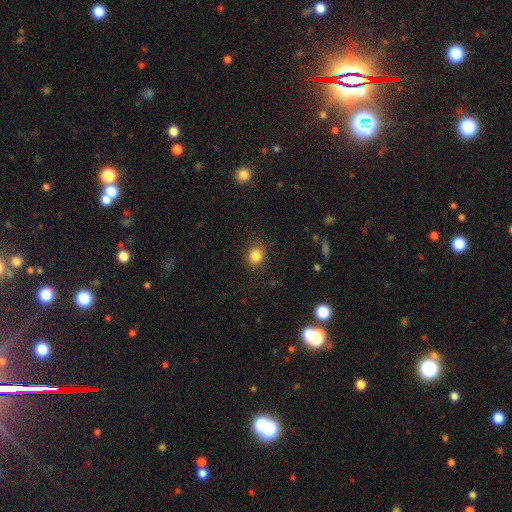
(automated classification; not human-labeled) smooth_or_featured: smooth (p=0.84) [alt: star or artifact p=0.11]
how_rounded: round (p=0.66) [alt: in between p=0.34]
merging: none (p=0.87) [alt: minor disturbance p=0.09]